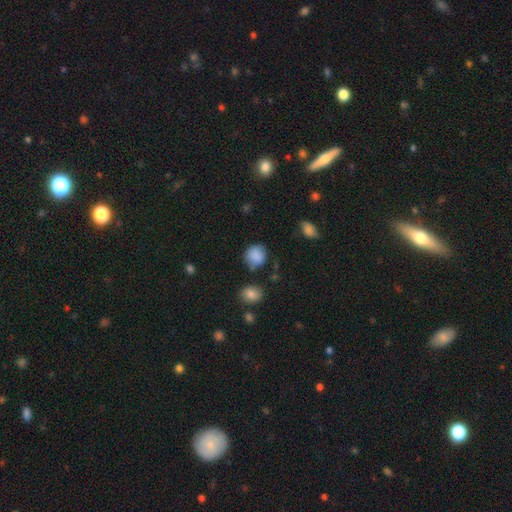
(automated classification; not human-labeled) This appears to be a smooth galaxy with no disk features (86%) that is round (83%). Merging: none (73%).